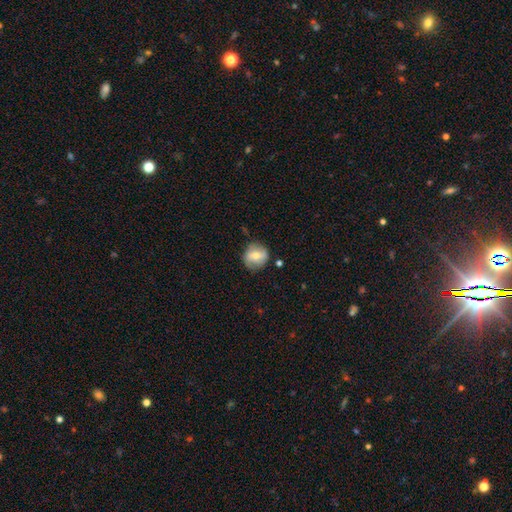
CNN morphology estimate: Smooth or featured: smooth — 57% (featured or disk — 36%)
How rounded: round — 86% (in between — 12%)
Merging: none — 77% (minor disturbance — 16%)